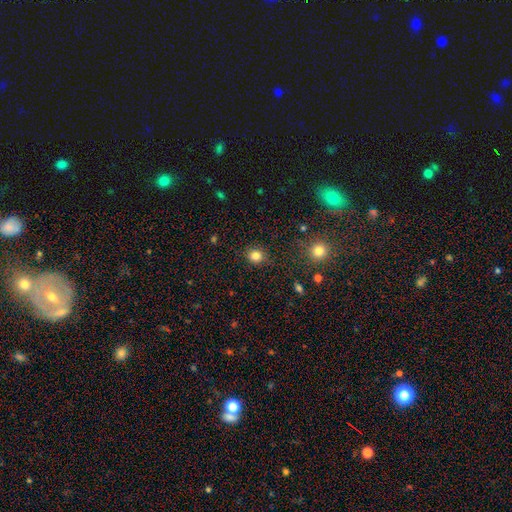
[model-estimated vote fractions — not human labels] smooth-or-featured: smooth: 82% | star or artifact: 13% | featured or disk: 5%
  how-rounded: round: 84% | in between: 16% | cigar-shaped: 1%
  merging: none: 86% | minor disturbance: 10% | major disturbance: 3% | merger: 1%